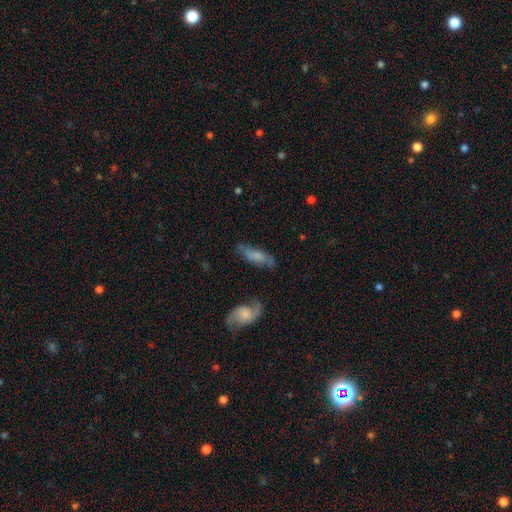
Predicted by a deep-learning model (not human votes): Smooth or featured? Predicted: smooth (p=0.52). How rounded? Predicted: in between (p=0.61). Merging? Predicted: none (p=0.62).